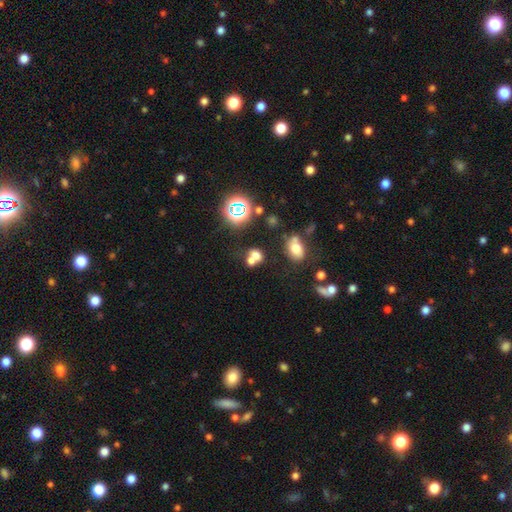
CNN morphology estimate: Smooth or featured? Predicted: smooth (p=0.60). How rounded? Predicted: round (p=0.57). Merging? Predicted: merger (p=0.53).